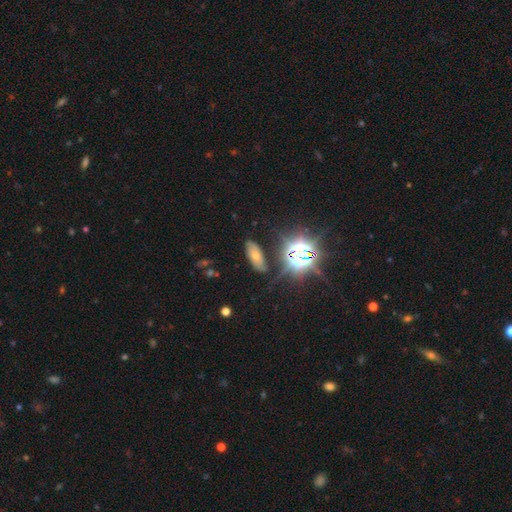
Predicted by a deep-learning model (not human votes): Smooth or featured: smooth — 43% (star or artifact — 34%)
Merging: none — 78% (minor disturbance — 14%)